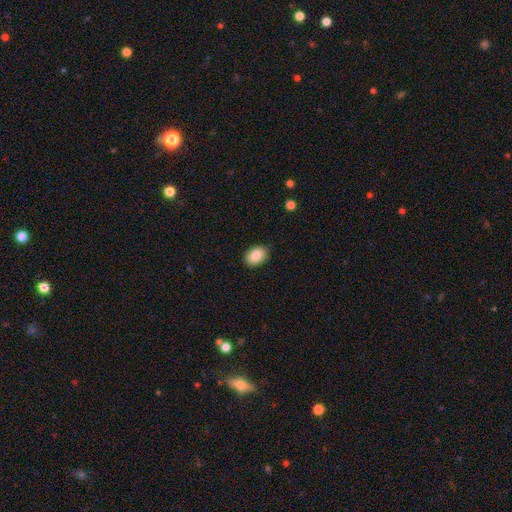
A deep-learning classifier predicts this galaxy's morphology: smooth_or_featured: smooth (p=0.87) [alt: star or artifact p=0.08]
how_rounded: in between (p=0.81) [alt: round p=0.18]
merging: none (p=0.87) [alt: minor disturbance p=0.10]